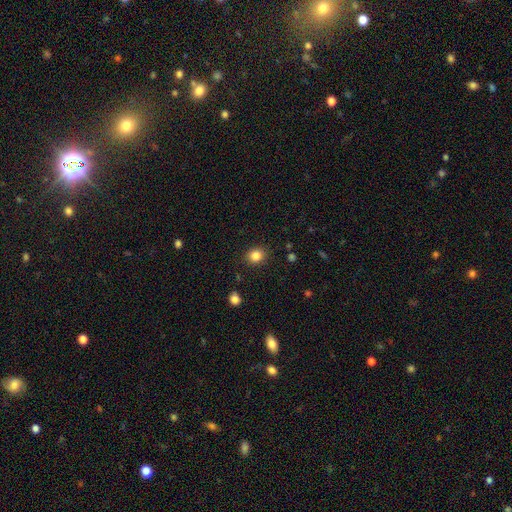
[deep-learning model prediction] smooth 84%, star or artifact 11%, featured or disk 5%. Down the decision tree: how rounded — round (70%); merging — none (88%).